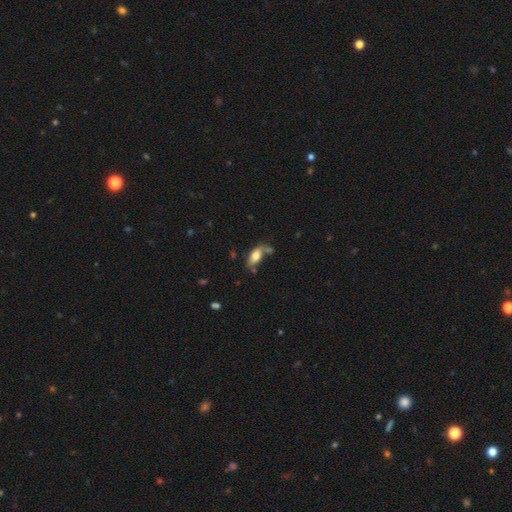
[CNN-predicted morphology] Smooth or featured? smooth (71%)
How rounded? in between (86%)
Merging? none (47%)